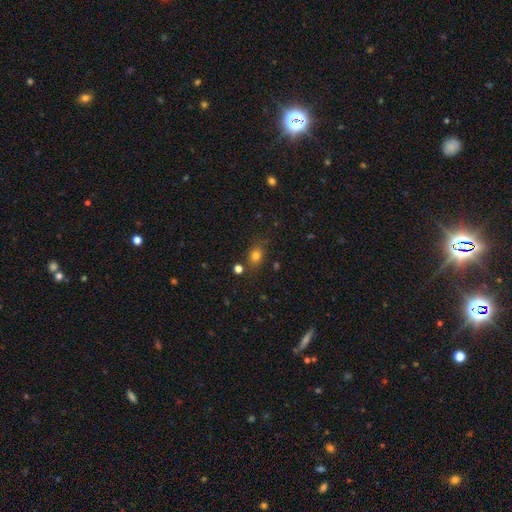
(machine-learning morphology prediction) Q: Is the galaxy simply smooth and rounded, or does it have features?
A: smooth — 79%.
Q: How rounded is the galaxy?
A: in between — 62%.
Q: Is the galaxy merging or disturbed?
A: none — 74%.